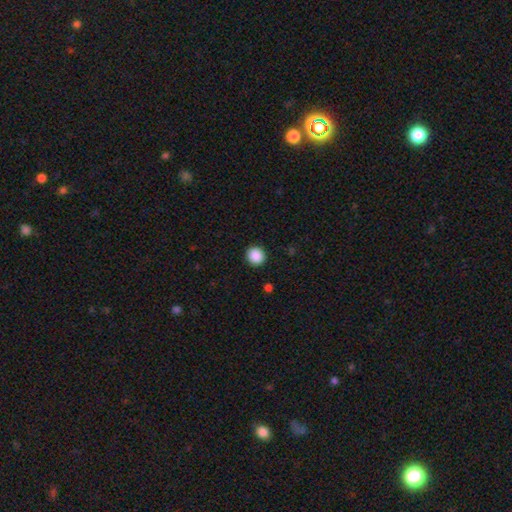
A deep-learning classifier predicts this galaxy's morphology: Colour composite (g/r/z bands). It shows a smooth galaxy with no disk features (89%) that is round (91%). Merging: none (92%).